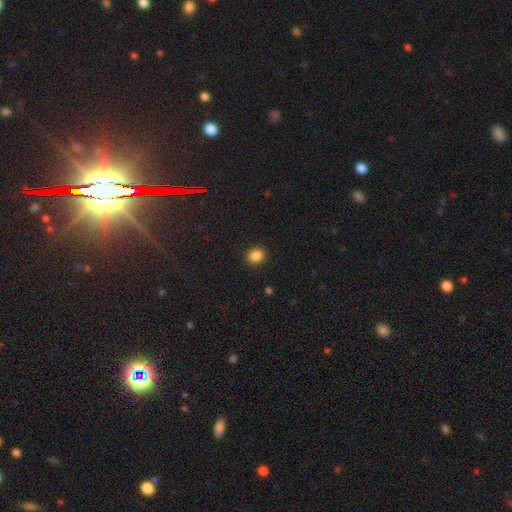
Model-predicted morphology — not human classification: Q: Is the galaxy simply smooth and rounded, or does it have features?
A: smooth — 86%.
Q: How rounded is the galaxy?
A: round — 70%.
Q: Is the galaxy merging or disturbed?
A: none — 90%.